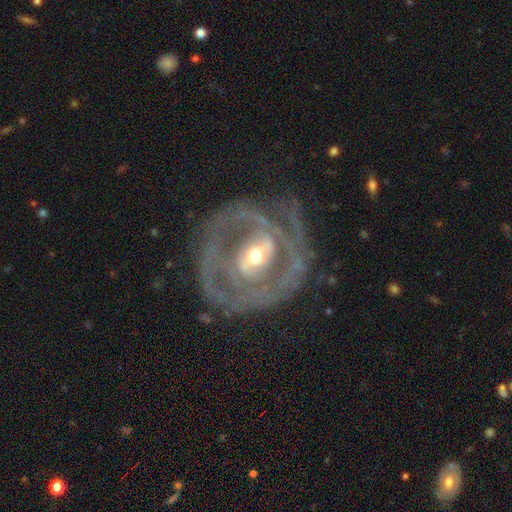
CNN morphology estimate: This is clearly a featured or disk galaxy (84%). It is clearly not viewed edge-on (95%). Bar: marginally strong (41%). Spiral arm pattern: likely yes (73%). Spiral arm count: possibly 2 (56%). Spiral winding: possibly tight (49%). Central bulge: likely moderate (63%). Merging: likely none (71%).